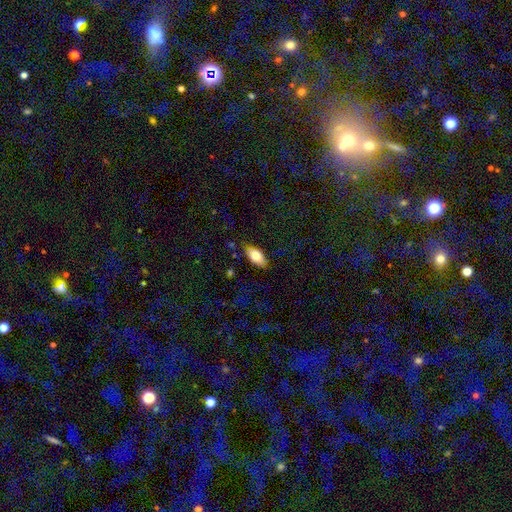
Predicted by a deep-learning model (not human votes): Smooth or featured: smooth — 78% (featured or disk — 15%)
How rounded: in between — 90% (cigar-shaped — 7%)
Merging: none — 80% (minor disturbance — 16%)